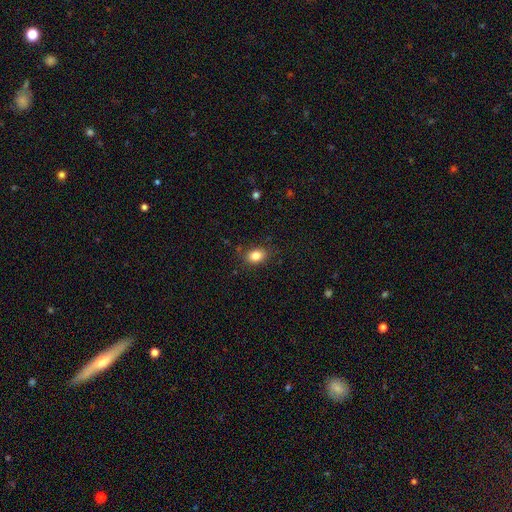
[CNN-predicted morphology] Overall: smooth (84%). How rounded: in between (71%). Merging: none (84%).